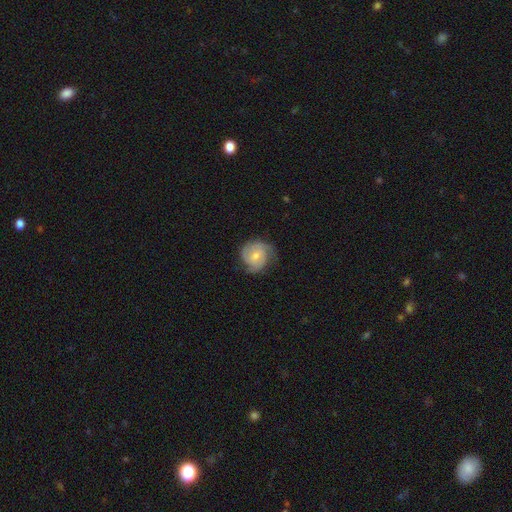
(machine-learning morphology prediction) A featured or disk galaxy (70%) with no bar (58%), 2 (40%) tight (52%) spiral arms (94%) and a moderate central bulge (48%).

Vote fractions:
- Smooth or featured? featured or disk: 70% / smooth: 24% / star or artifact: 6%
- Edge-on disk? no: 98% / yes: 2%
- Bar? no: 58% / weak: 36% / strong: 6%
- Spiral arms? yes: 94% / no: 6%
- Spiral winding? tight: 52% / medium: 37% / loose: 11%
- Spiral arm count? 2: 40% / 3: 29% / can't tell: 18% / 4: 5% / 1: 5% / more than 4: 3%
- Bulge size? moderate: 48% / small: 47% / none: 2% / large: 2% / dominant: 1%
- Merging? none: 68% / minor disturbance: 23% / major disturbance: 8% / merger: 1%